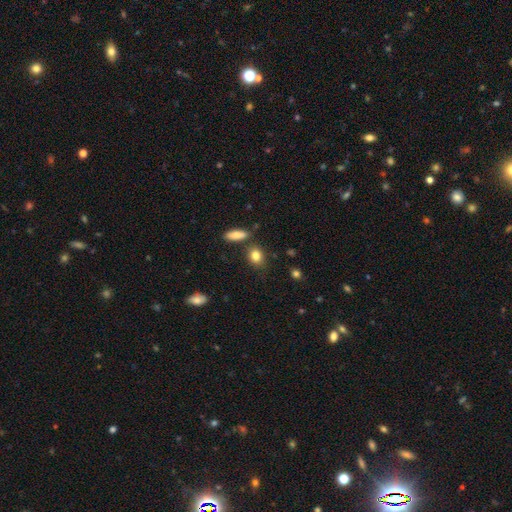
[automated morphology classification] Smooth or featured? Predicted: smooth (p=0.83). How rounded? Predicted: in between (p=0.61). Merging? Predicted: none (p=0.75).